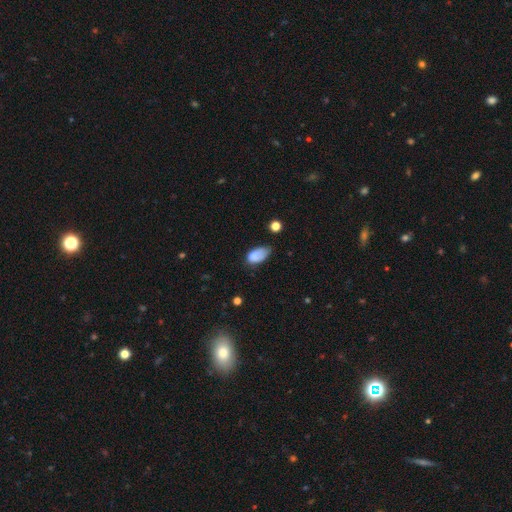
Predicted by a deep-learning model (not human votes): smooth_or_featured: smooth (p=0.81) [alt: featured or disk p=0.10]
how_rounded: in between (p=0.92) [alt: round p=0.06]
merging: none (p=0.43) [alt: minor disturbance p=0.40]